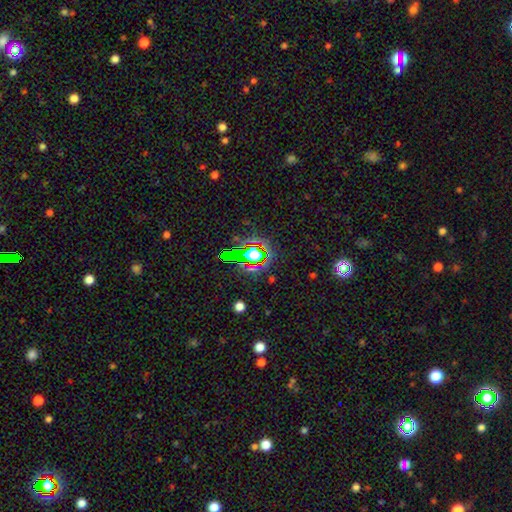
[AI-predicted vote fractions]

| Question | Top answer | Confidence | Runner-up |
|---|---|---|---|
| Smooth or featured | star or artifact | 62% | smooth (25%) |